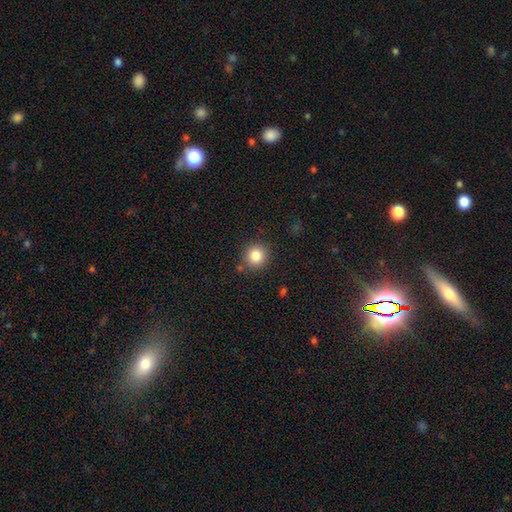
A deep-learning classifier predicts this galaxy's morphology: Smooth or featured?
  - smooth: 84% *
  - star or artifact: 10%
  - featured or disk: 5%
How rounded?
  - round: 92% *
  - in between: 7%
  - cigar-shaped: 1%
Merging?
  - none: 86% *
  - minor disturbance: 8%
  - merger: 3%
  - major disturbance: 3%